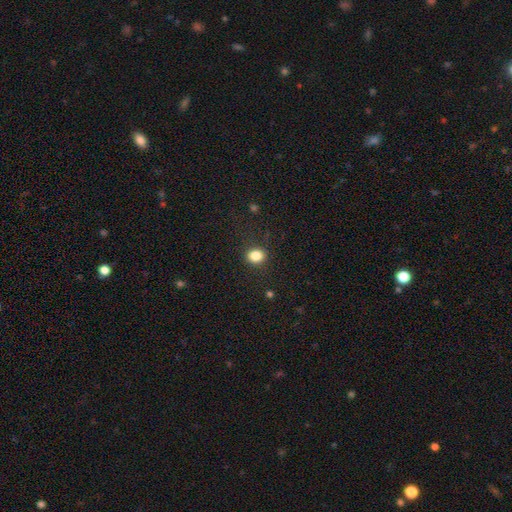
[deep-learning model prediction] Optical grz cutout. It shows a smooth galaxy with no disk features (85%) that is round (55%). Merging: none (86%).